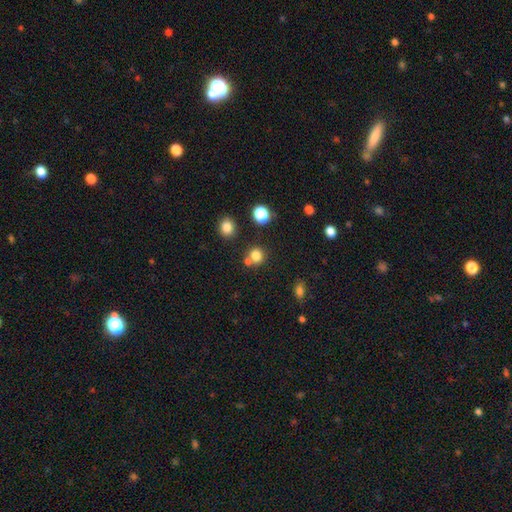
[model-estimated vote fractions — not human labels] Smooth or featured?
  - smooth: 79% *
  - star or artifact: 15%
  - featured or disk: 6%
How rounded?
  - round: 82% *
  - in between: 17%
  - cigar-shaped: 1%
Merging?
  - none: 63% *
  - merger: 23%
  - minor disturbance: 9%
  - major disturbance: 4%